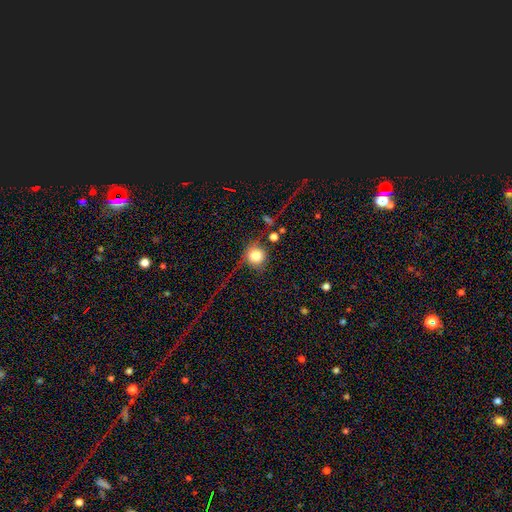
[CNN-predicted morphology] Overall: smooth (77%). How rounded: round (89%). Merging: none (60%).